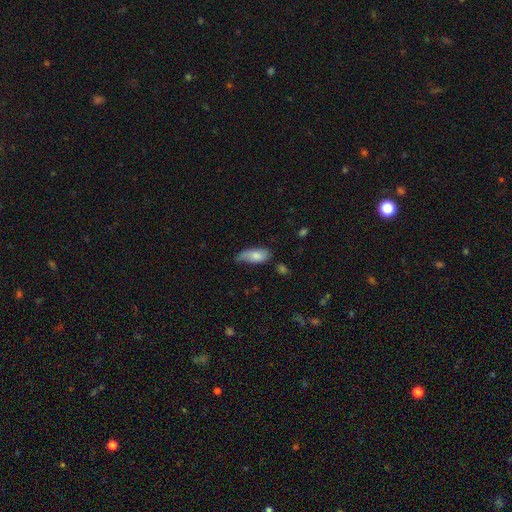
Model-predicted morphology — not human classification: type=smooth (79%); roundness=in between (85%); merging=none (45%).